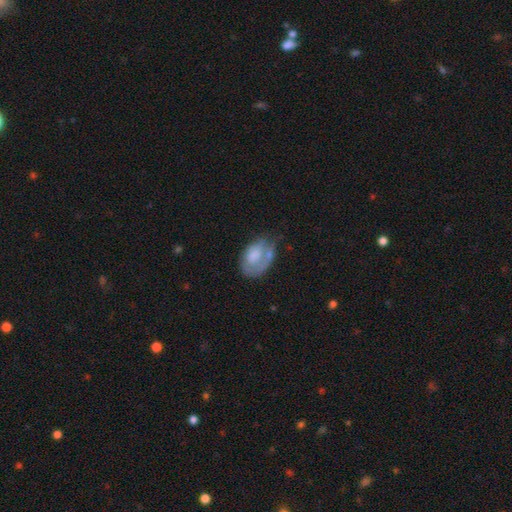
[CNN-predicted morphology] Smooth or featured? Predicted: smooth (p=0.56). How rounded? Predicted: in between (p=0.83). Merging? Predicted: none (p=0.39).